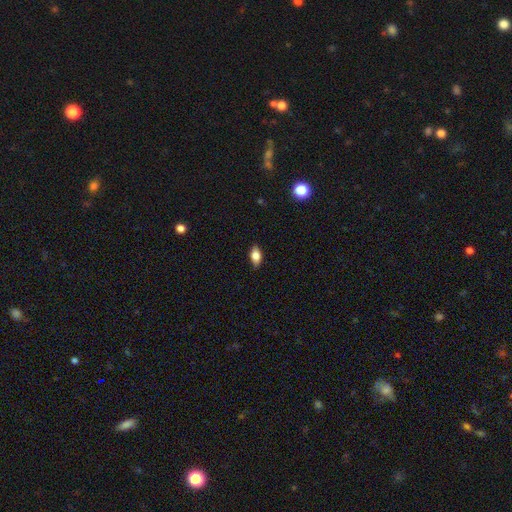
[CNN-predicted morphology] type=smooth (77%); roundness=in between (87%); merging=none (86%).